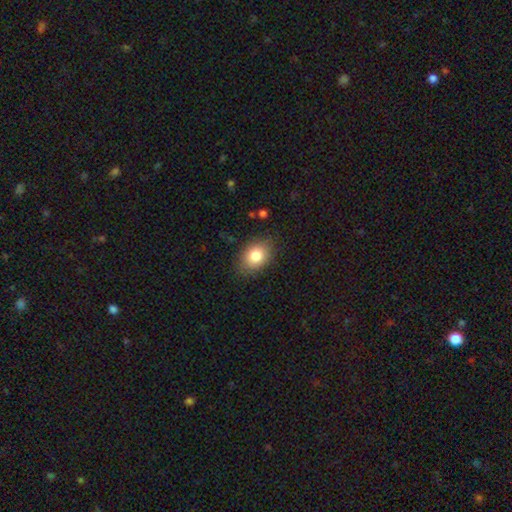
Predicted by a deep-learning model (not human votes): smooth-or-featured: smooth: 82% | featured or disk: 10% | star or artifact: 8%
  how-rounded: in between: 77% | round: 22% | cigar-shaped: 1%
  merging: none: 83% | minor disturbance: 13% | major disturbance: 3% | merger: 1%